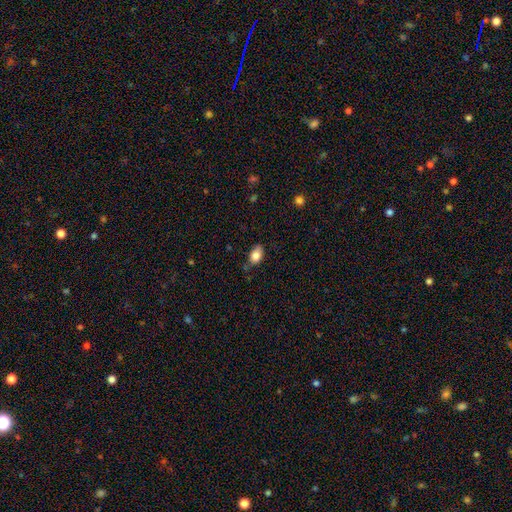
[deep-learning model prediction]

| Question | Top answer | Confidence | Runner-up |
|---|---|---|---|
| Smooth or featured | smooth | 83% | featured or disk (9%) |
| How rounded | in between | 87% | round (11%) |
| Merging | none | 66% | minor disturbance (26%) |